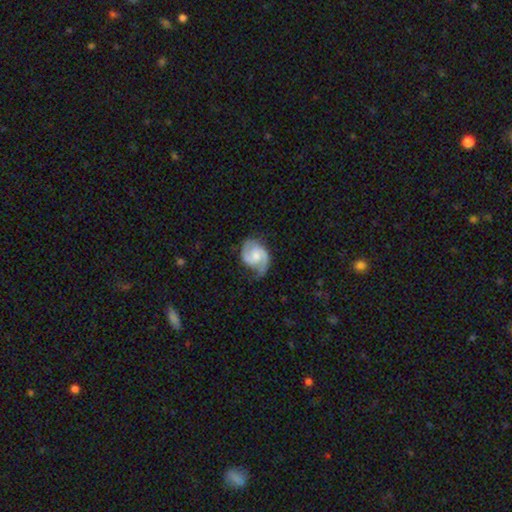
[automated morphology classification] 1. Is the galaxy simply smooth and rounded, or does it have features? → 84% featured or disk, 11% smooth, 5% star or artifact.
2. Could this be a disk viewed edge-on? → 98% no, 2% yes.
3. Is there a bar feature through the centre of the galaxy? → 47% no, 45% weak, 8% strong.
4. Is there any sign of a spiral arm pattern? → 97% yes, 3% no.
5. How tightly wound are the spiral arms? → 53% medium, 27% tight, 20% loose.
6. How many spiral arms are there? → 88% 2, 5% 1, 4% can't tell, 1% 3, 1% 4, 1% more than 4.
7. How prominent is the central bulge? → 49% moderate, 33% small, 10% none, 6% large, 1% dominant.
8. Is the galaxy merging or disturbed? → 65% none, 24% minor disturbance, 9% major disturbance, 1% merger.